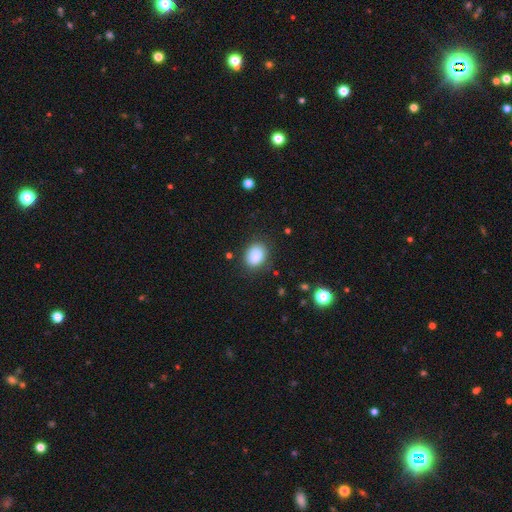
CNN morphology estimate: This is clearly a smooth galaxy (87%). How rounded: likely in between (63%). Merging: clearly none (80%).